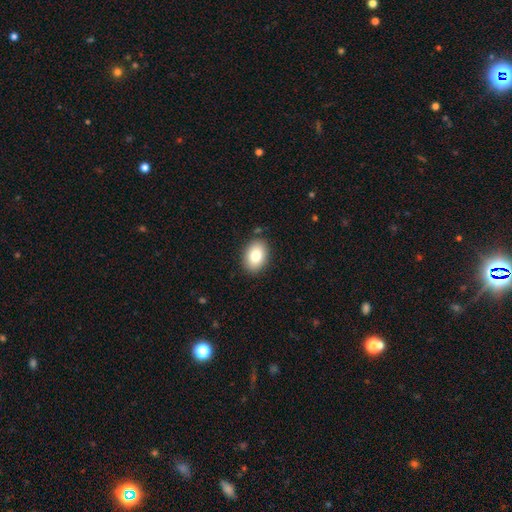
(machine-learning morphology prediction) smooth-or-featured: smooth: 82% | featured or disk: 10% | star or artifact: 8%
  how-rounded: in between: 79% | round: 20% | cigar-shaped: 1%
  merging: none: 87% | minor disturbance: 9% | major disturbance: 2% | merger: 2%